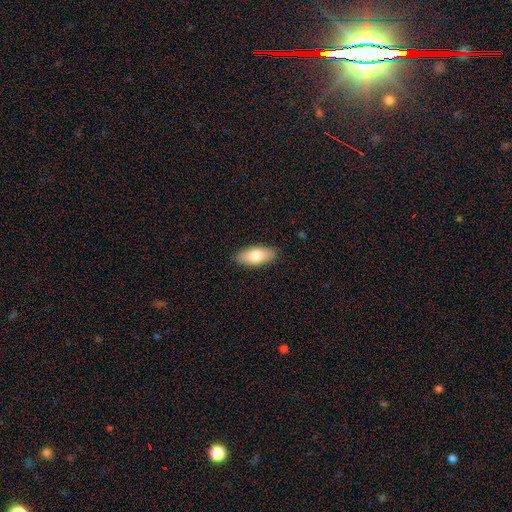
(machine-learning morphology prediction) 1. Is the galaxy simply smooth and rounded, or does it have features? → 78% smooth, 16% featured or disk, 6% star or artifact.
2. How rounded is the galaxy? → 86% in between, 11% cigar-shaped, 2% round.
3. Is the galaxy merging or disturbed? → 88% none, 9% minor disturbance, 2% major disturbance, 1% merger.